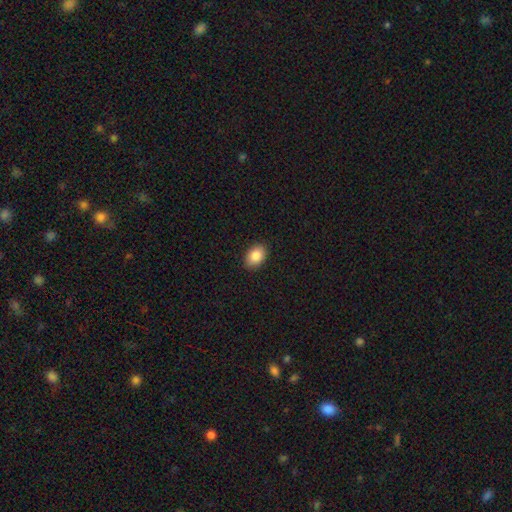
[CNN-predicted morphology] A smooth galaxy with no disk features (86%) that is in between round and cigar-shaped (83%).

Vote fractions:
- Smooth or featured? smooth: 86% / star or artifact: 8% / featured or disk: 6%
- How rounded? in between: 83% / round: 16% / cigar-shaped: 1%
- Merging? none: 90% / minor disturbance: 7% / major disturbance: 2% / merger: 1%